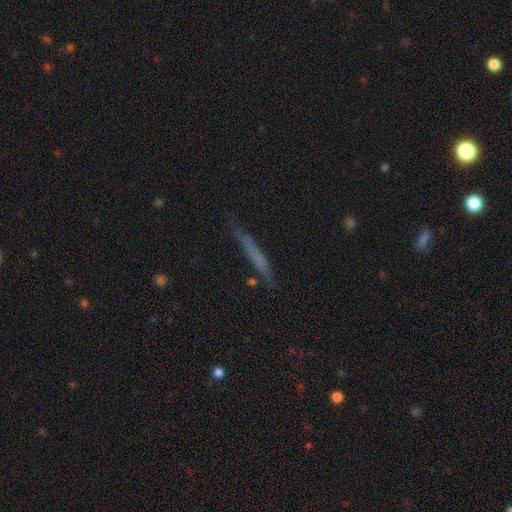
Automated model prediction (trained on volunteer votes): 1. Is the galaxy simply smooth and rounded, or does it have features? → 54% smooth, 36% featured or disk, 10% star or artifact.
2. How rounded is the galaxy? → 94% cigar-shaped, 4% in between, 2% round.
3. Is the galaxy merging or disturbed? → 77% none, 16% minor disturbance, 4% major disturbance, 2% merger.